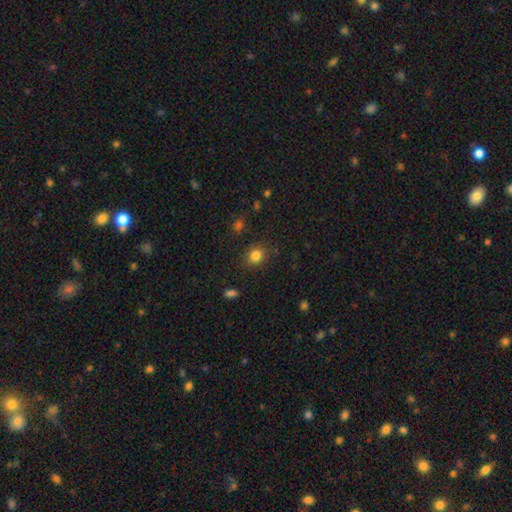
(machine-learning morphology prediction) smooth 83%, star or artifact 12%, featured or disk 5%. Down the decision tree: how rounded — round (68%); merging — none (83%).